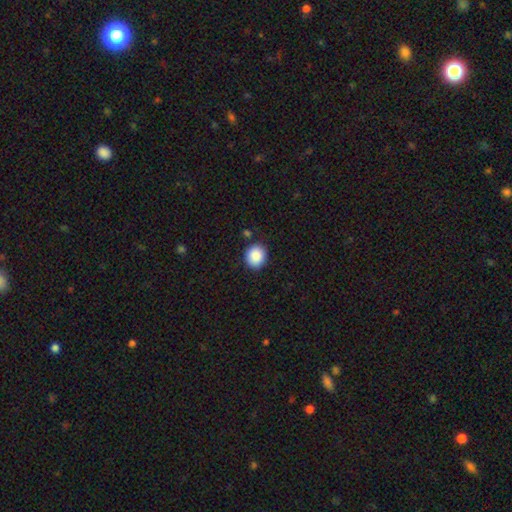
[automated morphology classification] Smooth or featured: smooth — 89% (star or artifact — 8%)
How rounded: round — 77% (in between — 22%)
Merging: none — 87% (minor disturbance — 8%)